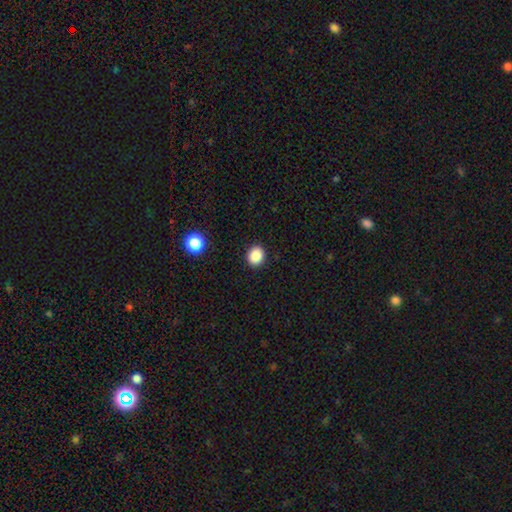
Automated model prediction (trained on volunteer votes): smooth_or_featured: smooth (p=0.87) [alt: star or artifact p=0.10]
how_rounded: round (p=0.72) [alt: in between p=0.27]
merging: none (p=0.91) [alt: minor disturbance p=0.06]